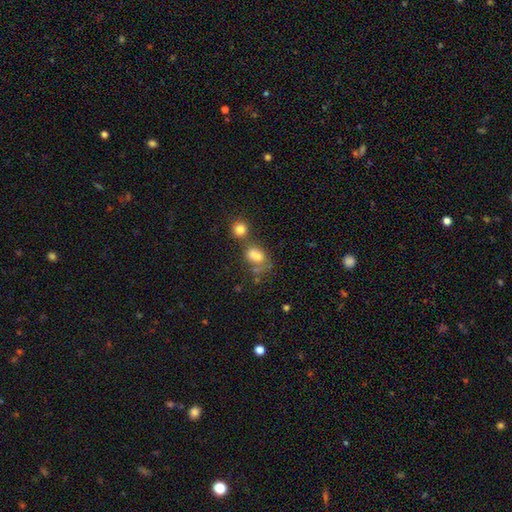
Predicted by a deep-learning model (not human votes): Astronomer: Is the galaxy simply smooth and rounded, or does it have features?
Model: smooth — 71%.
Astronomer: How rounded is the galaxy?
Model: in between — 69%.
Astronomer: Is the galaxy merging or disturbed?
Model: merger — 40% (runner-up: none, 31%).